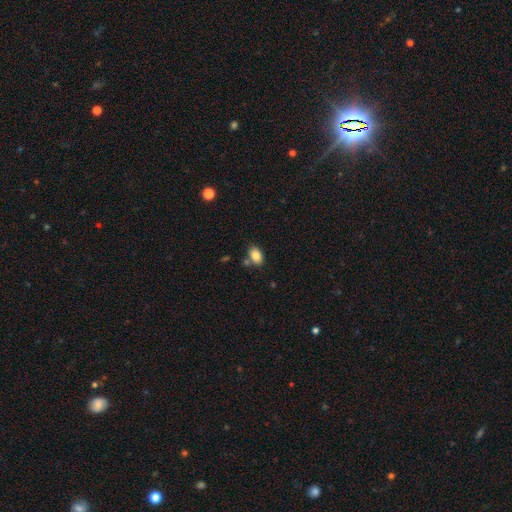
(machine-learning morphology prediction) This is clearly a smooth galaxy (84%). How rounded: clearly in between (88%). Merging: likely none (71%).